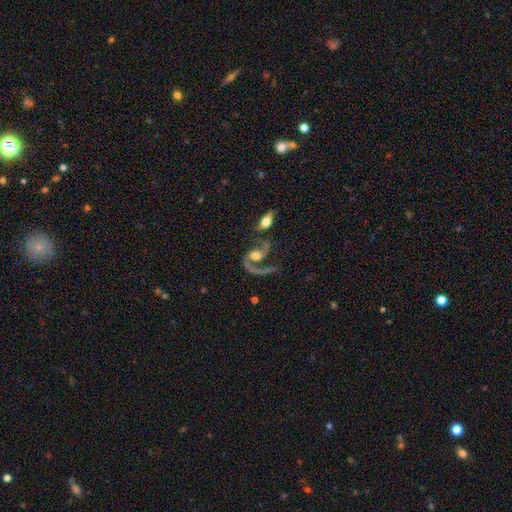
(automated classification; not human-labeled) smooth_or_featured: featured or disk (p=0.83) [alt: smooth p=0.10]
disk_edge_on: no (p=0.97) [alt: yes p=0.03]
bar: no (p=0.57) [alt: weak p=0.30]
has_spiral_arms: yes (p=0.93) [alt: no p=0.07]
spiral_winding: loose (p=0.53) [alt: medium p=0.38]
spiral_arm_count: 2 (p=0.55) [alt: 1 p=0.40]
bulge_size: moderate (p=0.57) [alt: large p=0.20]
merging: none (p=0.34) [alt: major disturbance p=0.28]